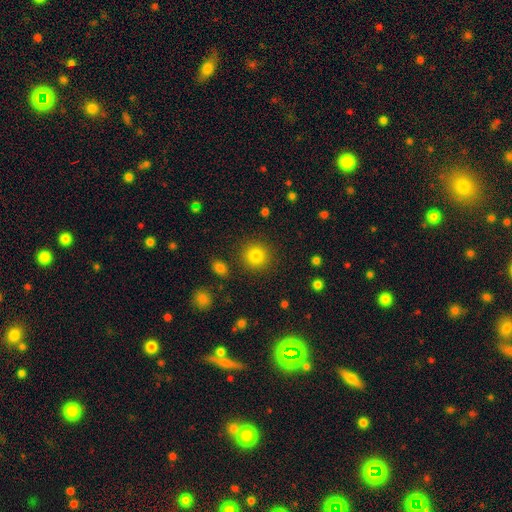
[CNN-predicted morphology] smooth-or-featured: smooth: 82% | star or artifact: 12% | featured or disk: 6%
  how-rounded: round: 93% | in between: 6% | cigar-shaped: 1%
  merging: none: 89% | minor disturbance: 6% | major disturbance: 3% | merger: 2%